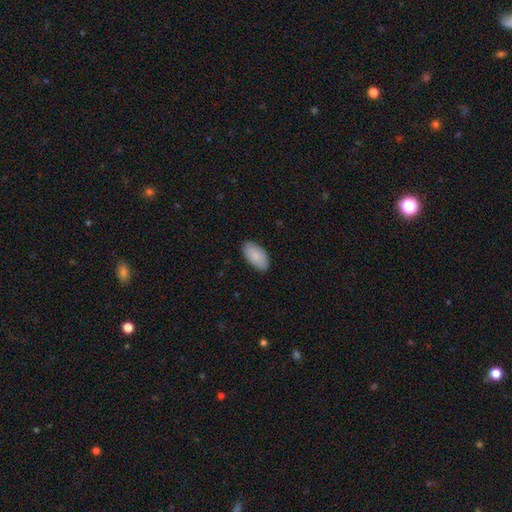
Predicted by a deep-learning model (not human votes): smooth_or_featured: smooth (p=0.88) [alt: featured or disk p=0.06]
how_rounded: in between (p=0.95) [alt: cigar-shaped p=0.03]
merging: none (p=0.86) [alt: minor disturbance p=0.11]